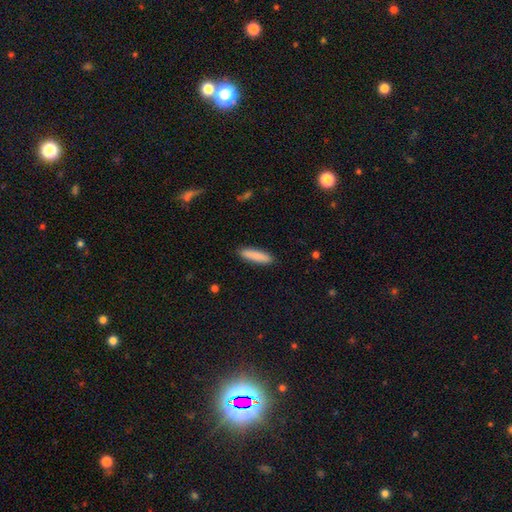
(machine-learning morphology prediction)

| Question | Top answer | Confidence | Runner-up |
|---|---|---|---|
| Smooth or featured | smooth | 87% | featured or disk (7%) |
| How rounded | cigar-shaped | 80% | in between (18%) |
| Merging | none | 89% | minor disturbance (8%) |